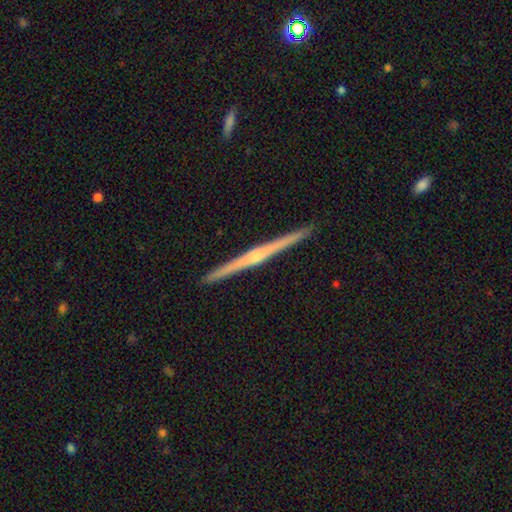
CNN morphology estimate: smooth-or-featured: featured or disk: 81% | smooth: 14% | star or artifact: 5%
  disk-edge-on: yes: 99% | no: 1%
    edge-on-bulge: rounded: 76% | none: 17% | boxy: 7%
  merging: none: 93% | minor disturbance: 5% | major disturbance: 1% | merger: 1%